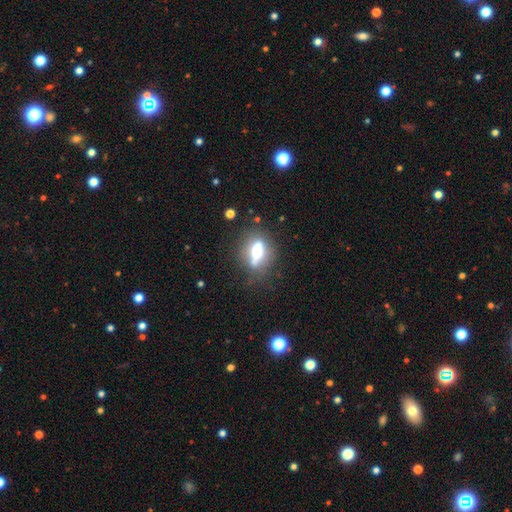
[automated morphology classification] smooth_or_featured: featured or disk (p=0.45) [alt: smooth p=0.44]
merging: none (p=0.69) [alt: minor disturbance p=0.17]